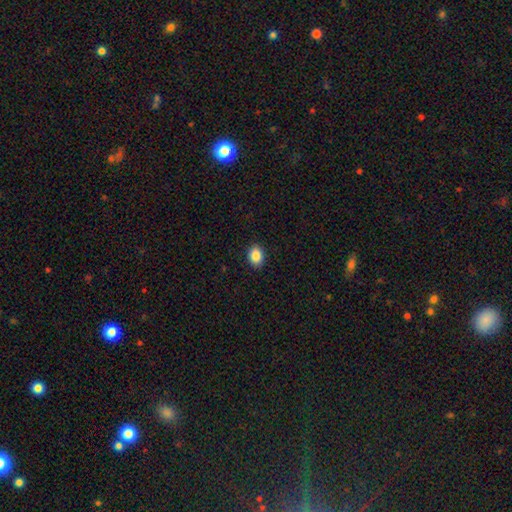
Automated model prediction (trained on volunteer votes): Morphology: type=smooth (87%); roundness=in between (63%); merging=none (91%).